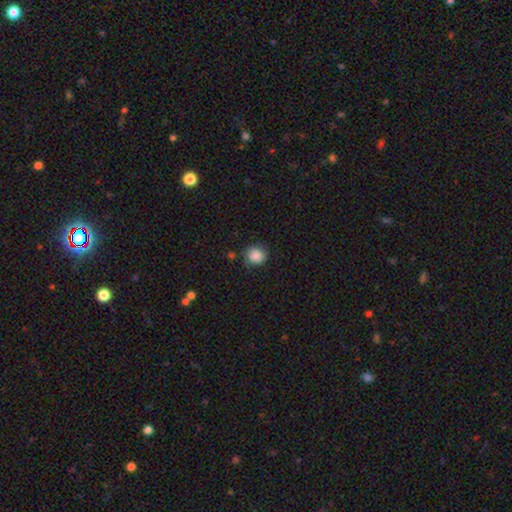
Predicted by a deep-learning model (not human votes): Q: Smooth or featured?
A: smooth (86%); runner-up: star or artifact (9%)
Q: How rounded?
A: round (84%); runner-up: in between (15%)
Q: Merging?
A: none (75%); runner-up: minor disturbance (18%)